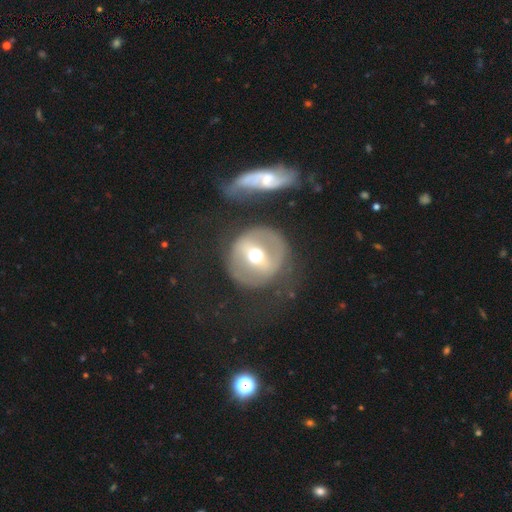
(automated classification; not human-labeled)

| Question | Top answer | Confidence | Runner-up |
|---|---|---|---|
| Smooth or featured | featured or disk | 57% | smooth (34%) |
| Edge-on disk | no | 91% | yes (9%) |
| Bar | strong | 47% | weak (29%) |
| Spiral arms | no | 75% | yes (25%) |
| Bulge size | moderate | 71% | large (16%) |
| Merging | none | 69% | minor disturbance (13%) |